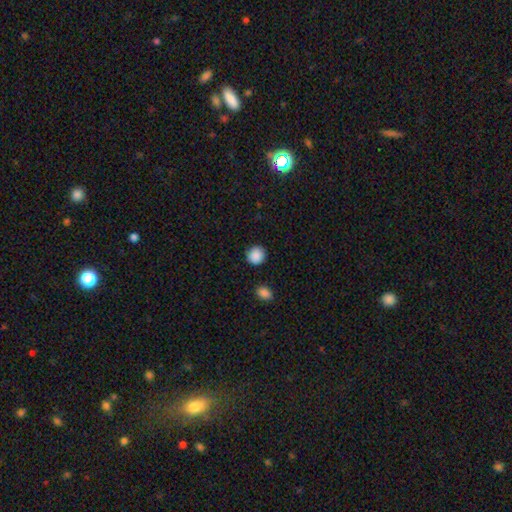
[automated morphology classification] Q: Smooth or featured?
A: smooth (89%); runner-up: star or artifact (8%)
Q: How rounded?
A: round (90%); runner-up: in between (9%)
Q: Merging?
A: none (89%); runner-up: minor disturbance (7%)